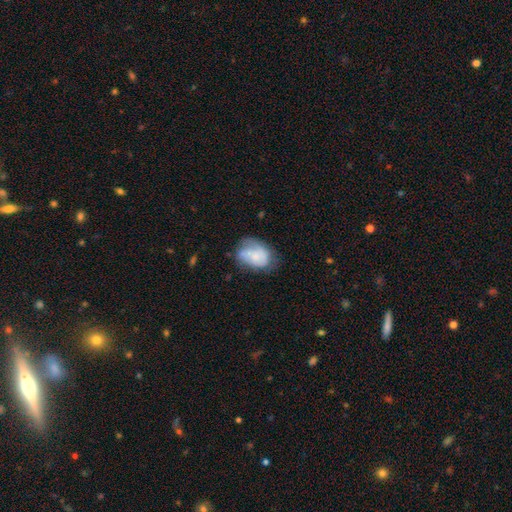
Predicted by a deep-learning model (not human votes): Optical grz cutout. It shows a smooth galaxy with no disk features (54%) that is in between round and cigar-shaped (79%). Merging: none (44%).